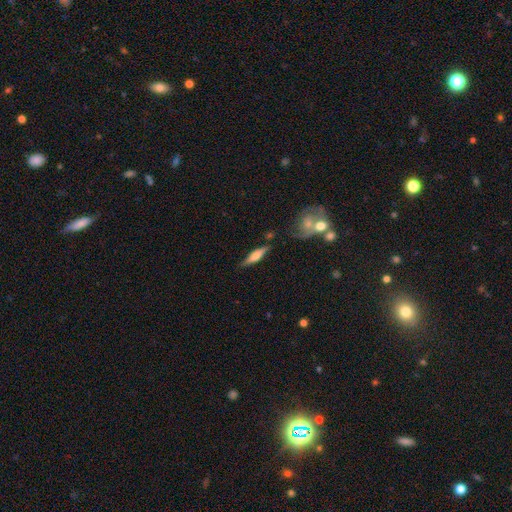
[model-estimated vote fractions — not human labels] The model was most divided on "smooth or featured": smooth: 48%, featured or disk: 46%, star or artifact: 6%. More confident: merging — none (77%).